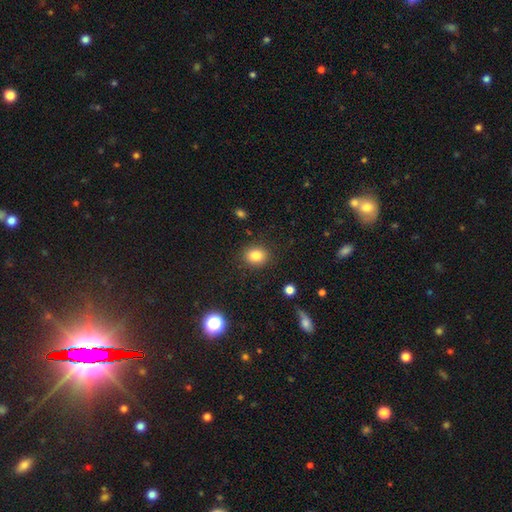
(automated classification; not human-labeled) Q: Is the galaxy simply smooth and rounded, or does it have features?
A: smooth — 82%.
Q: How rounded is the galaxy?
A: round — 69%.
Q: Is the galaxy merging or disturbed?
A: none — 89%.